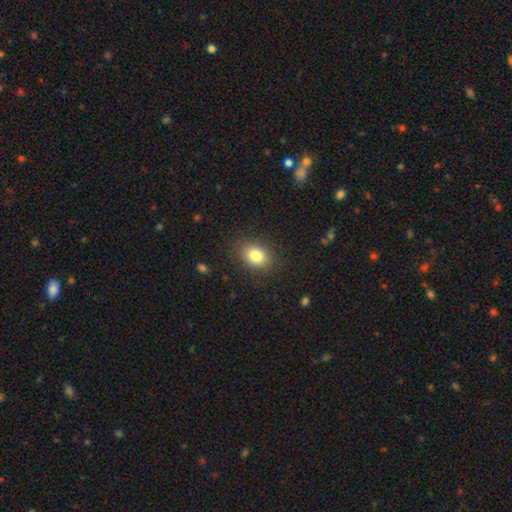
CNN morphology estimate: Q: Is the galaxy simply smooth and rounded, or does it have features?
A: smooth — 82%.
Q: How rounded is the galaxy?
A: in between — 61%.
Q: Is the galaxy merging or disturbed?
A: none — 86%.